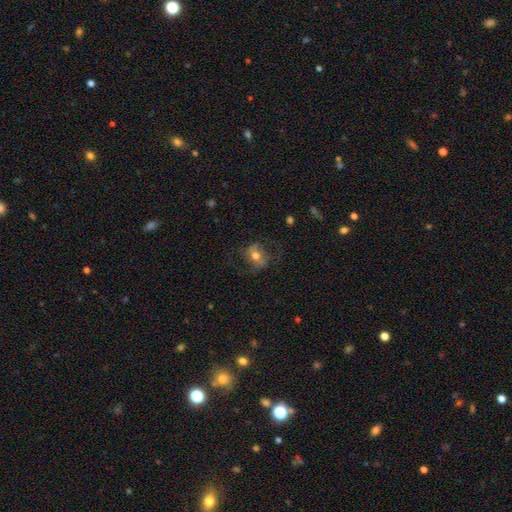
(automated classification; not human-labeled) Smooth or featured: smooth — 46% (featured or disk — 42%)
Merging: none — 58% (major disturbance — 20%)